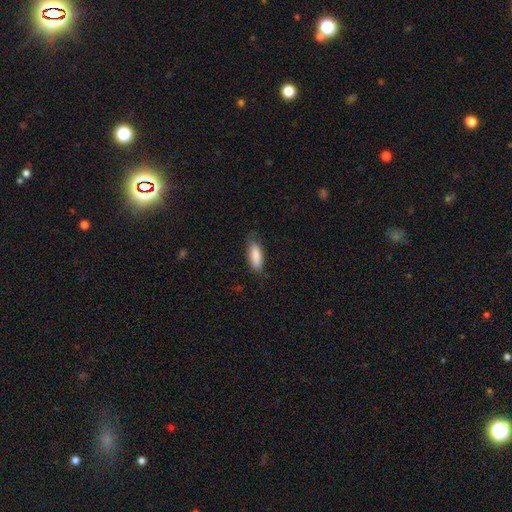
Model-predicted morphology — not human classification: smooth_or_featured: smooth (p=0.86) [alt: featured or disk p=0.08]
how_rounded: in between (p=0.65) [alt: cigar-shaped p=0.33]
merging: none (p=0.75) [alt: minor disturbance p=0.20]